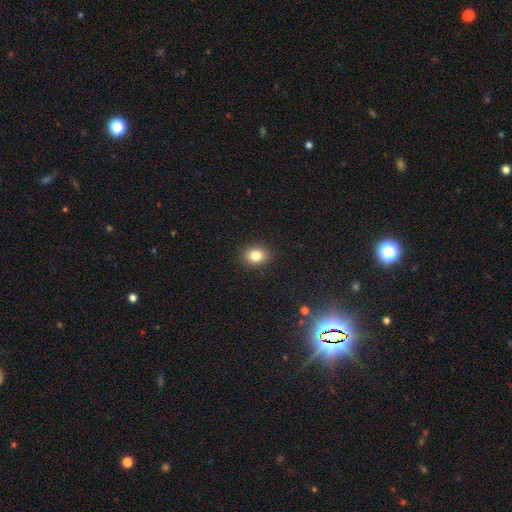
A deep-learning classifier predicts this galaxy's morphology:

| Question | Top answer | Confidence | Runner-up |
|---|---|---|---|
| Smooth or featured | smooth | 82% | star or artifact (11%) |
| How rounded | round | 57% | in between (42%) |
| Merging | none | 90% | minor disturbance (7%) |